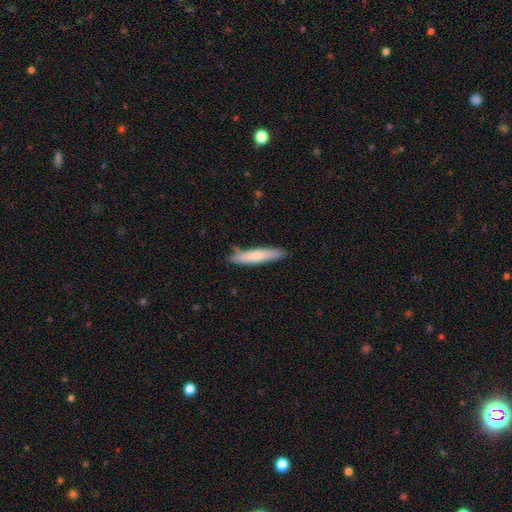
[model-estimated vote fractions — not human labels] Smooth or featured?
  - smooth: 72% *
  - featured or disk: 23%
  - star or artifact: 5%
How rounded?
  - cigar-shaped: 87% *
  - in between: 11%
  - round: 1%
Merging?
  - none: 85% *
  - minor disturbance: 11%
  - merger: 2%
  - major disturbance: 2%